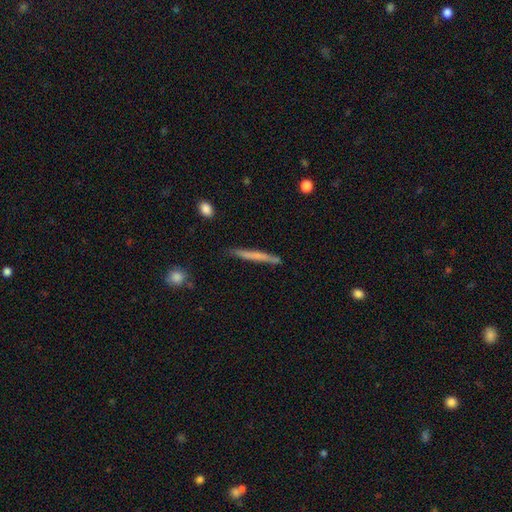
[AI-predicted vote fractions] Smooth or featured: smooth — 58% (featured or disk — 36%)
How rounded: cigar-shaped — 96% (in between — 2%)
Merging: none — 83% (minor disturbance — 12%)